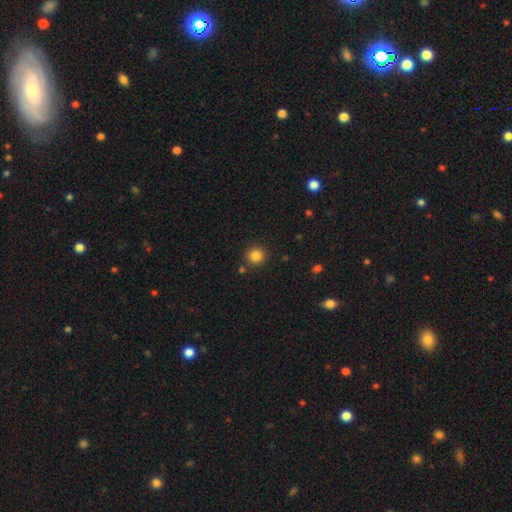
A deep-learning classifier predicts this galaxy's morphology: Smooth or featured: smooth — 84% (star or artifact — 12%)
How rounded: round — 91% (in between — 8%)
Merging: none — 87% (minor disturbance — 7%)